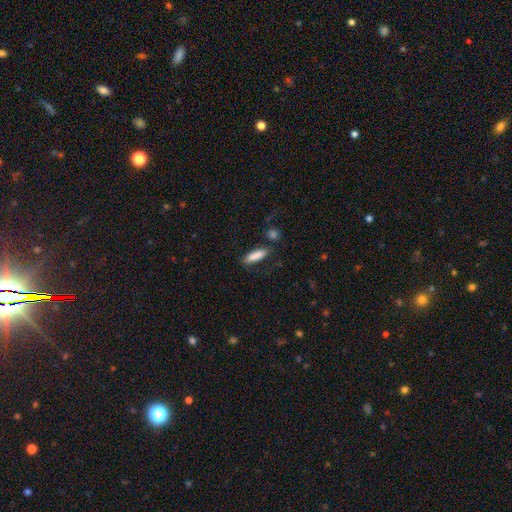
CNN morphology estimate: Smooth or featured: smooth — 86% (featured or disk — 8%)
How rounded: cigar-shaped — 57% (in between — 41%)
Merging: none — 74% (minor disturbance — 16%)